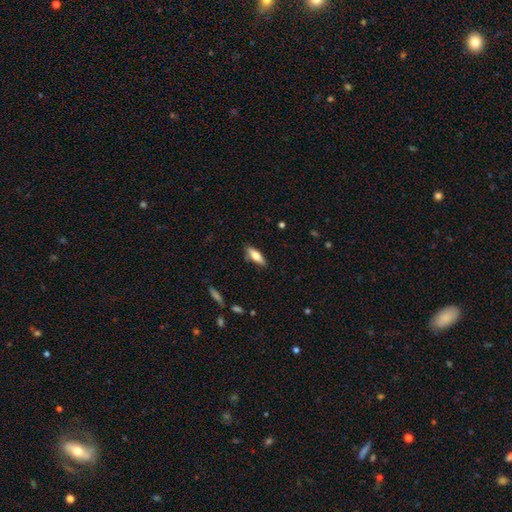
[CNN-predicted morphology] Smooth or featured?
  - smooth: 71% *
  - featured or disk: 23%
  - star or artifact: 6%
How rounded?
  - in between: 57% *
  - cigar-shaped: 41%
  - round: 2%
Merging?
  - none: 85% *
  - minor disturbance: 12%
  - major disturbance: 2%
  - merger: 2%